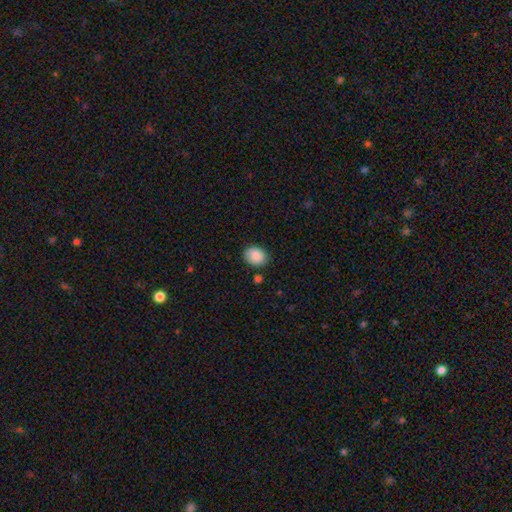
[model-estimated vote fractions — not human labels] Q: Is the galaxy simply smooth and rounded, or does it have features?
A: smooth — 88%.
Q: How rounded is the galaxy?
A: in between — 61%.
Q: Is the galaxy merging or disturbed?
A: none — 82%.